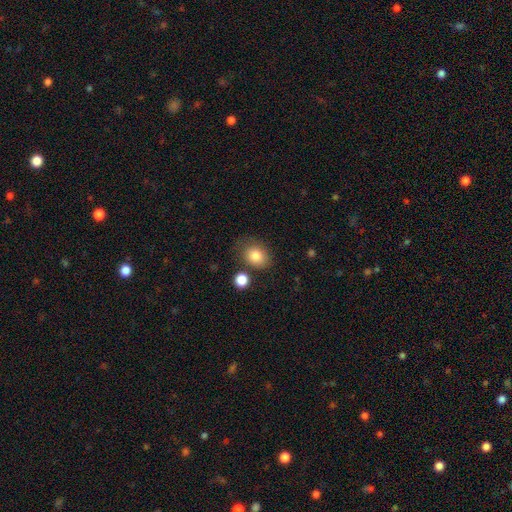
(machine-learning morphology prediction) Smooth or featured?
  - smooth: 83% *
  - star or artifact: 9%
  - featured or disk: 7%
How rounded?
  - round: 50% *
  - in between: 49%
  - cigar-shaped: 1%
Merging?
  - none: 70% *
  - minor disturbance: 17%
  - merger: 7%
  - major disturbance: 6%